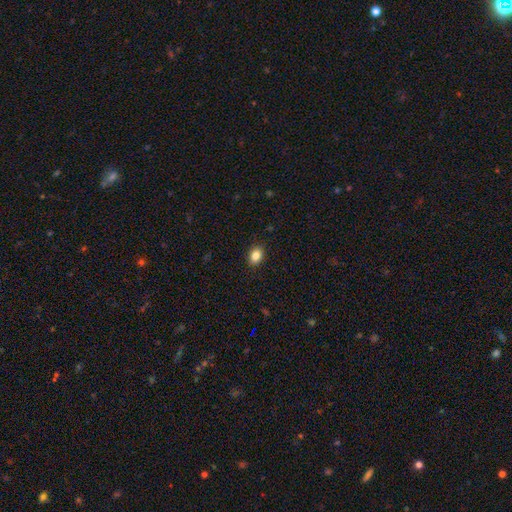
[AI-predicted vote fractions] Smooth or featured: smooth — 85% (star or artifact — 10%)
How rounded: in between — 66% (round — 33%)
Merging: none — 90% (minor disturbance — 7%)